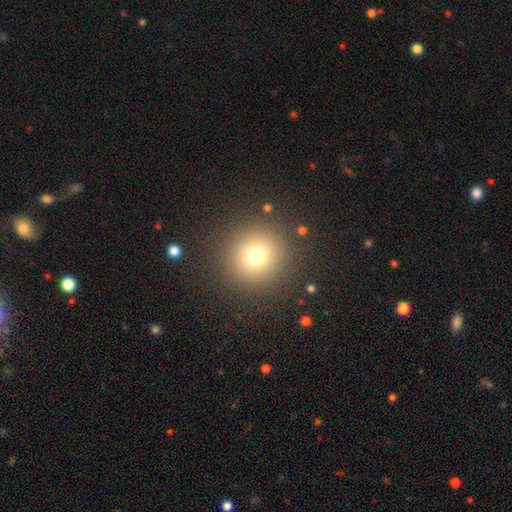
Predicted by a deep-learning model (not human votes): Morphology: type=smooth (73%); roundness=round (94%); merging=none (89%).